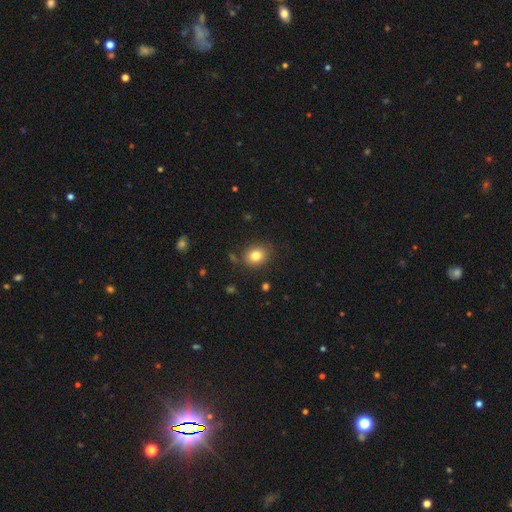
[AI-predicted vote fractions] A smooth galaxy with no disk features (81%) that is round (59%). Merging: none (85%).